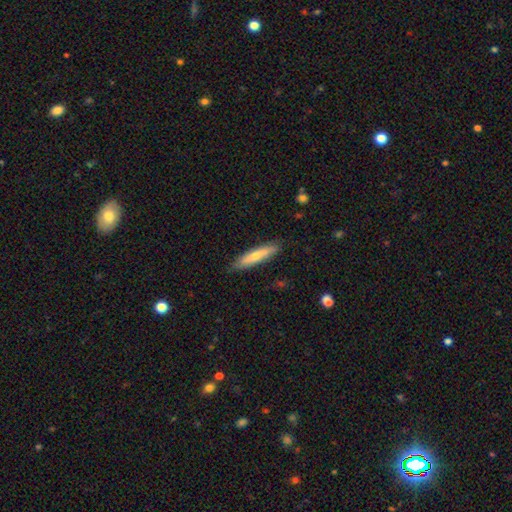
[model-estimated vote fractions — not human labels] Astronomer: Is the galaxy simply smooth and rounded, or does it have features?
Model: smooth — 57% (runner-up: featured or disk, 36%).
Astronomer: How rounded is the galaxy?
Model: cigar-shaped — 85%.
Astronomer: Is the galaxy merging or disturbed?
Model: none — 85%.